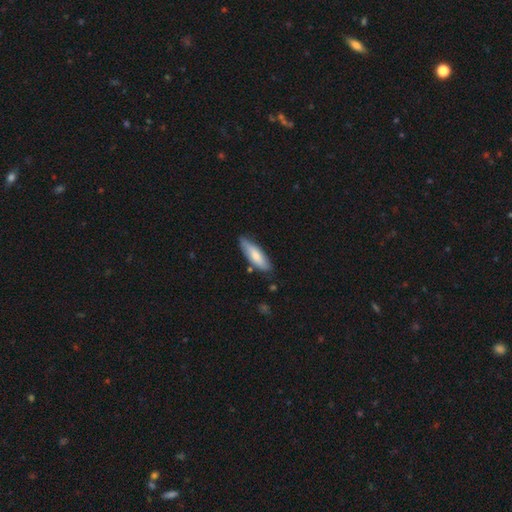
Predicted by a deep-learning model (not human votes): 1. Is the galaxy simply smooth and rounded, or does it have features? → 75% smooth, 19% featured or disk, 5% star or artifact.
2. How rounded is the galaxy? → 50% cigar-shaped, 48% in between, 1% round.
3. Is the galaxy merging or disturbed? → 76% none, 18% minor disturbance, 3% merger, 3% major disturbance.